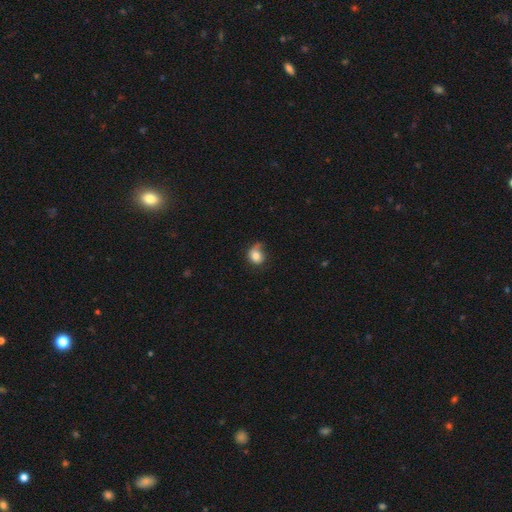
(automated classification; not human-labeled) A smooth galaxy with no disk features (78%) that is round (64%).

Vote fractions:
- Smooth or featured? smooth: 78% / featured or disk: 13% / star or artifact: 9%
- How rounded? round: 64% / in between: 35% / cigar-shaped: 1%
- Merging? none: 43% / minor disturbance: 34% / major disturbance: 19% / merger: 3%